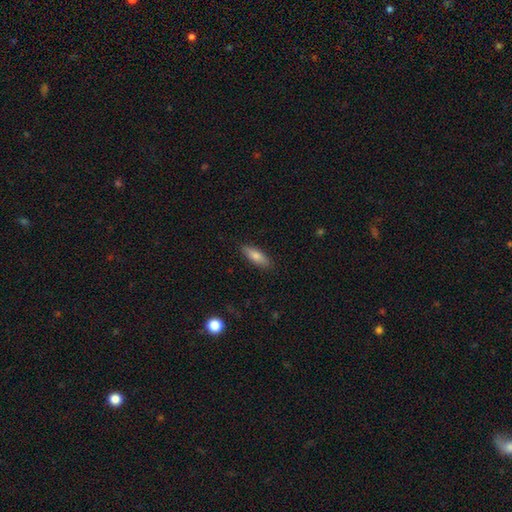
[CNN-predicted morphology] This is likely a smooth galaxy (78%). How rounded: possibly in between (57%). Merging: clearly none (87%).